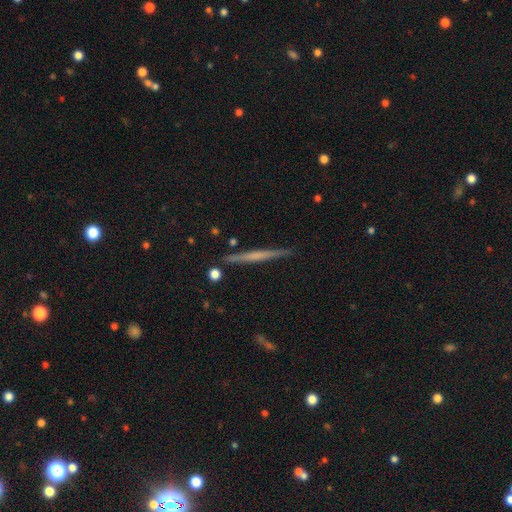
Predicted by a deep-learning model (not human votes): This is possibly a featured or disk galaxy (60%). It is clearly viewed edge-on (98%). Edge-on bulge: likely none (67%). Merging: clearly none (90%).